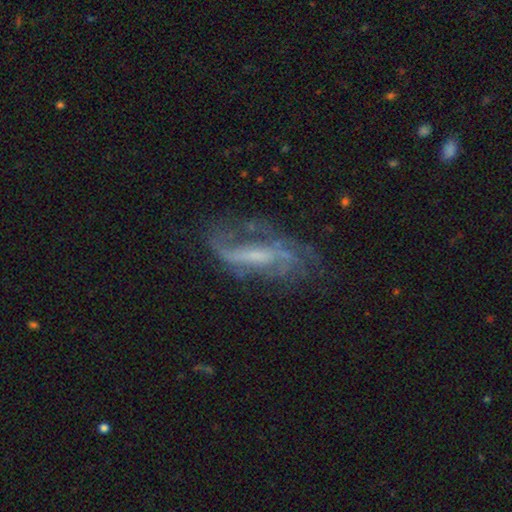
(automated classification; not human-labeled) Morphology: type=featured or disk (77%); edge-on=no (88%); bar=weak (41%); spiral arms=yes (84%); winding=loose (45%); arm count=2 (46%); bulge=small (35%); merging=none (50%).